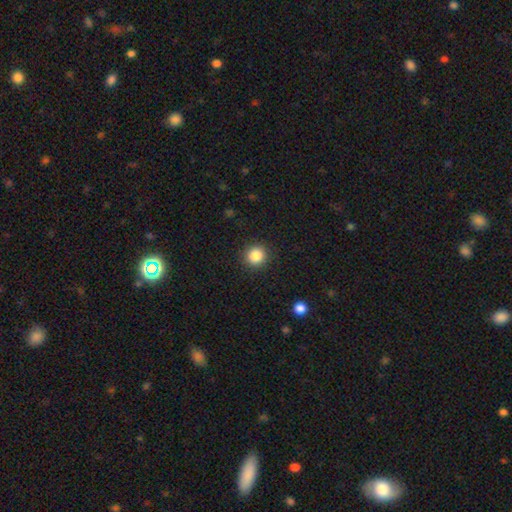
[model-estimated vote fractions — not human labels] smooth 85%, star or artifact 10%, featured or disk 4%. Down the decision tree: how rounded — round (92%); merging — none (91%).